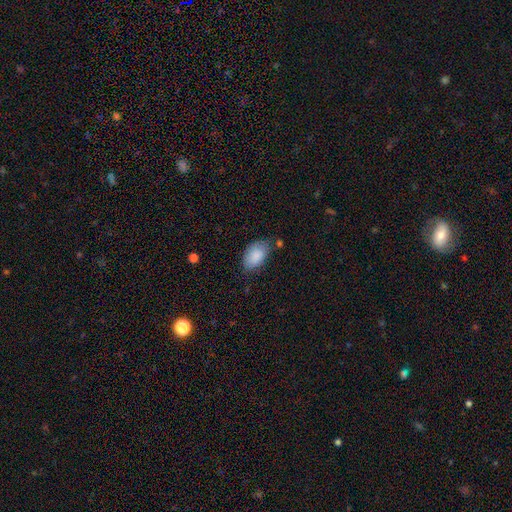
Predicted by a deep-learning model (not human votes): A smooth galaxy with no disk features (87%) that is in between round and cigar-shaped (92%). Merging: none (66%).